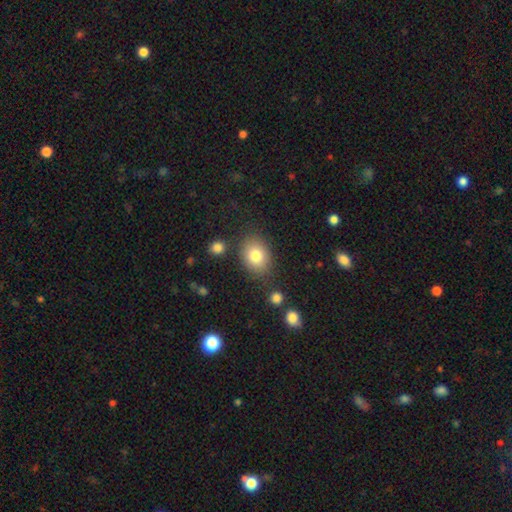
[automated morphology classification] A smooth galaxy with no disk features (81%) that is in between round and cigar-shaped (58%). Merging: none (80%).